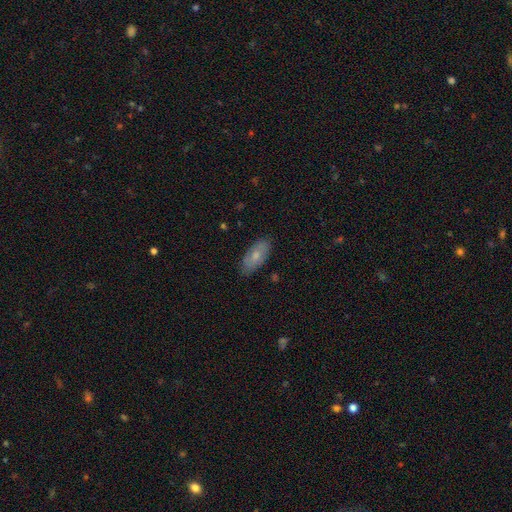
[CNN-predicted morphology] smooth 59%, featured or disk 34%, star or artifact 7%. Down the decision tree: how rounded — in between (89%); merging — none (82%).